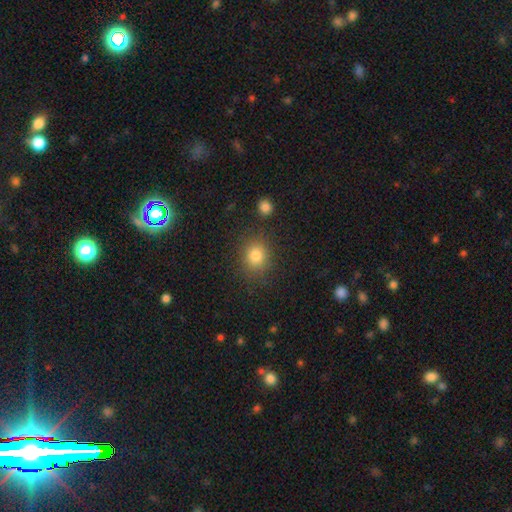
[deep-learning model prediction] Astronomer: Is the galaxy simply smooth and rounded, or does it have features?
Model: smooth — 81%.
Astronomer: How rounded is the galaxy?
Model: round — 72%.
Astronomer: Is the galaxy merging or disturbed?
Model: none — 84%.